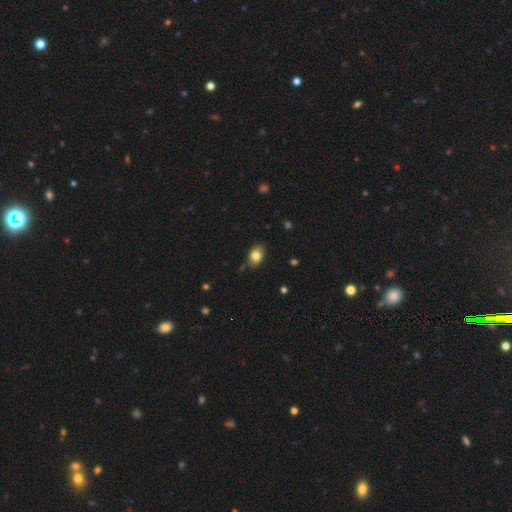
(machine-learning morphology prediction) Smooth or featured? smooth (80%)
How rounded? in between (75%)
Merging? none (79%)